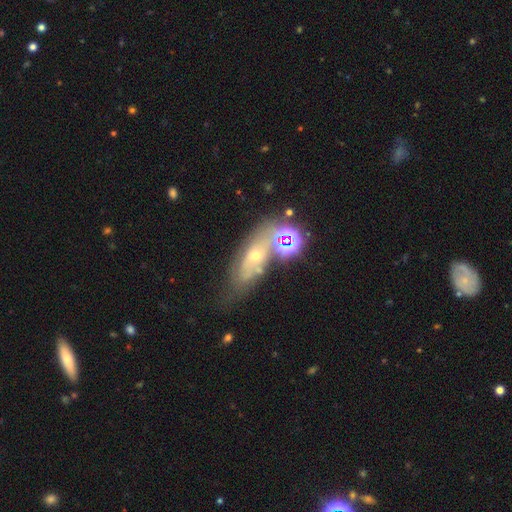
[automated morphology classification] This is possibly a featured or disk galaxy (51%). It is likely not viewed edge-on (77%). Merging: marginally none (41%).